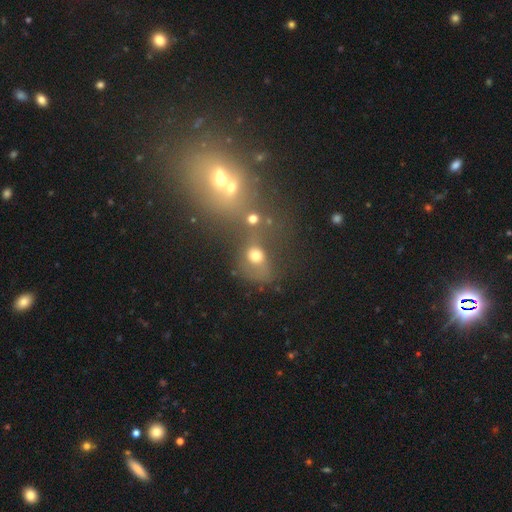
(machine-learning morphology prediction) smooth-or-featured: smooth: 62% | star or artifact: 21% | featured or disk: 17%
  how-rounded: round: 56% | in between: 42% | cigar-shaped: 2%
  merging: merger: 40% | none: 31% | major disturbance: 17% | minor disturbance: 13%